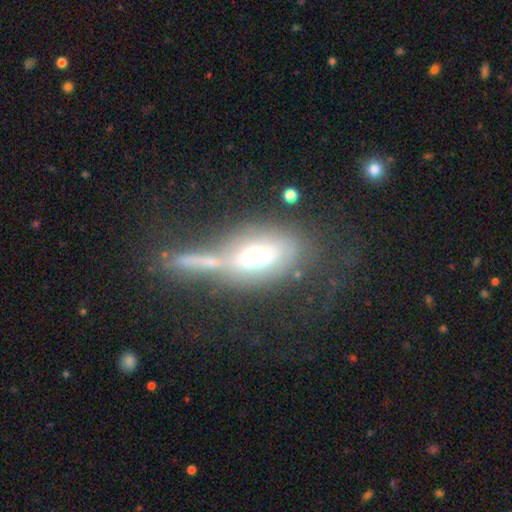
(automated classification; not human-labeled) A smooth galaxy with no disk features (46%).

Vote fractions:
- Smooth or featured? smooth: 46% / featured or disk: 44% / star or artifact: 10%
- Merging? merger: 32% (tied) / none: 32% (tied) / major disturbance: 19% / minor disturbance: 17%